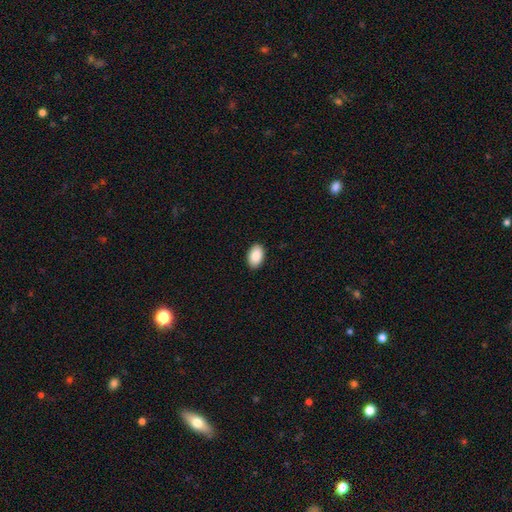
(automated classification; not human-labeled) smooth-or-featured: smooth: 89% | star or artifact: 7% | featured or disk: 4%
  how-rounded: in between: 92% | round: 7% | cigar-shaped: 1%
  merging: none: 90% | minor disturbance: 8% | major disturbance: 2% | merger: 1%